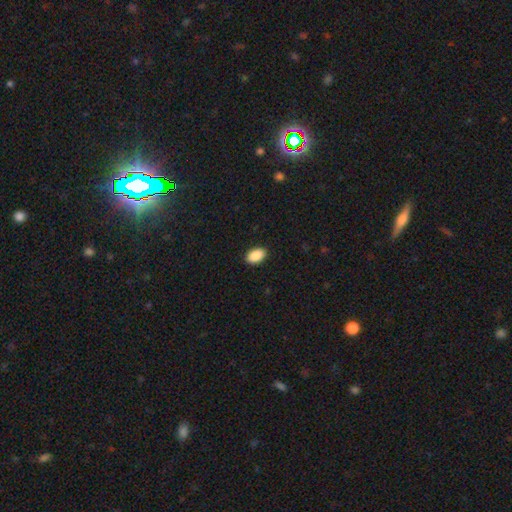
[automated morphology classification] Smooth or featured: smooth — 89% (star or artifact — 7%)
How rounded: in between — 92% (round — 6%)
Merging: none — 90% (minor disturbance — 7%)